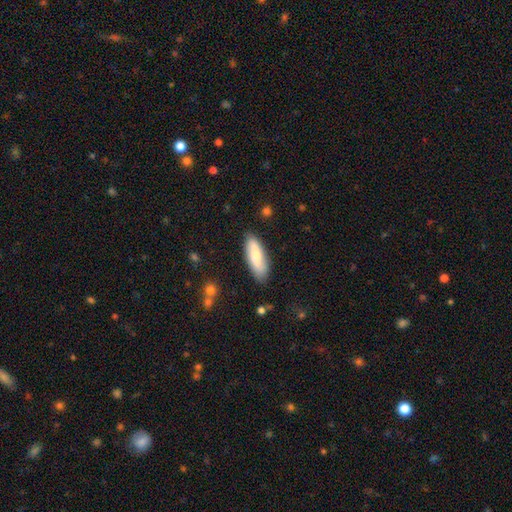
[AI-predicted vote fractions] This appears to be a smooth galaxy with no disk features (66%) that is in between round and cigar-shaped (62%). Merging: none (82%).